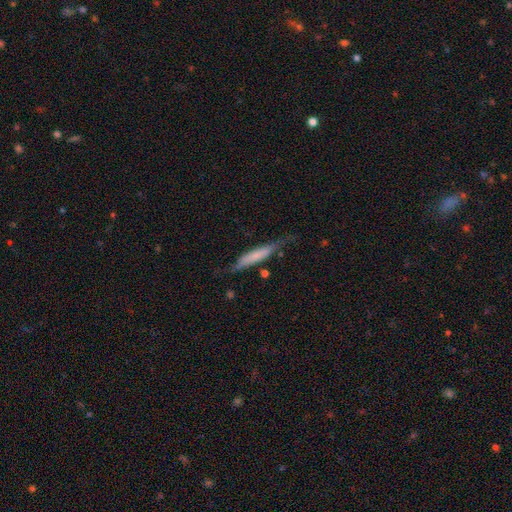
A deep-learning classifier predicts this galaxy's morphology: Smooth or featured? smooth (57%)
How rounded? cigar-shaped (89%)
Merging? none (58%)